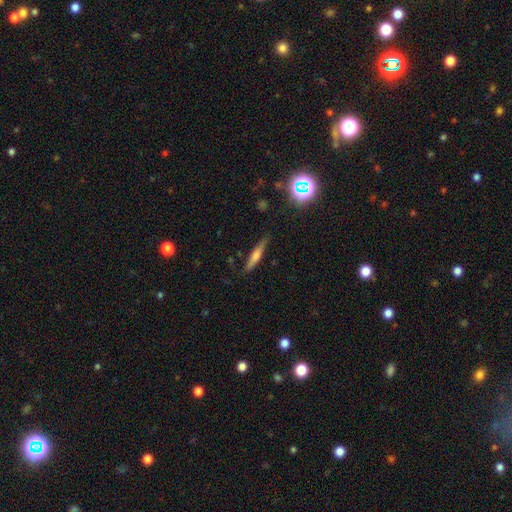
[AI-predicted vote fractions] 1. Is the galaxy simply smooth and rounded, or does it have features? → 47% featured or disk, 43% smooth, 11% star or artifact.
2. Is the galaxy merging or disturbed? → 84% none, 12% minor disturbance, 3% major disturbance, 2% merger.